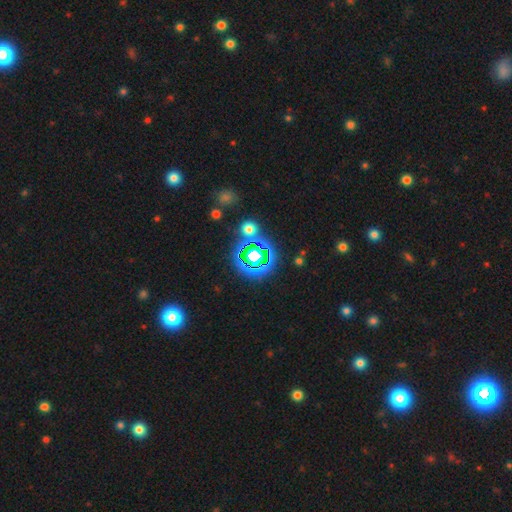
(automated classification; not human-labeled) Smooth or featured: star or artifact — 68% (smooth — 19%)